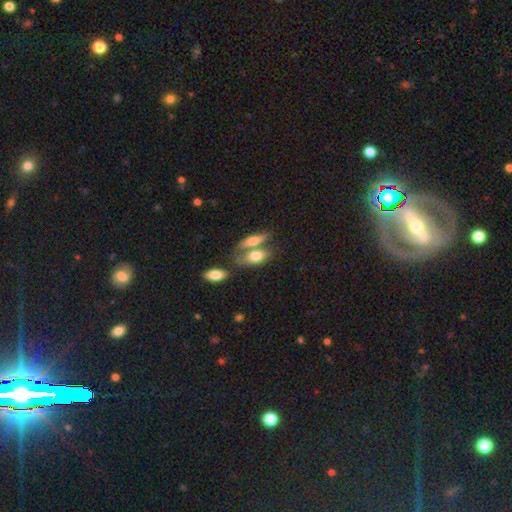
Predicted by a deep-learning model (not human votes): smooth-or-featured: smooth: 72% | featured or disk: 21% | star or artifact: 7%
  how-rounded: in between: 82% | cigar-shaped: 12% | round: 6%
  merging: merger: 46% | none: 37% | minor disturbance: 11% | major disturbance: 6%